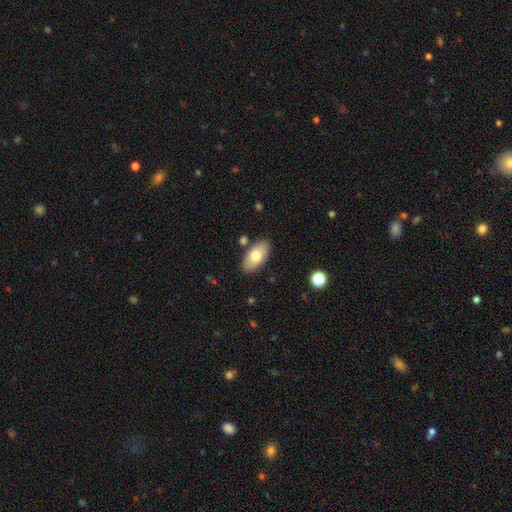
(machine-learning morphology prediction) This appears to be a smooth galaxy with no disk features (75%) that is in between round and cigar-shaped (93%). Merging: none (84%).